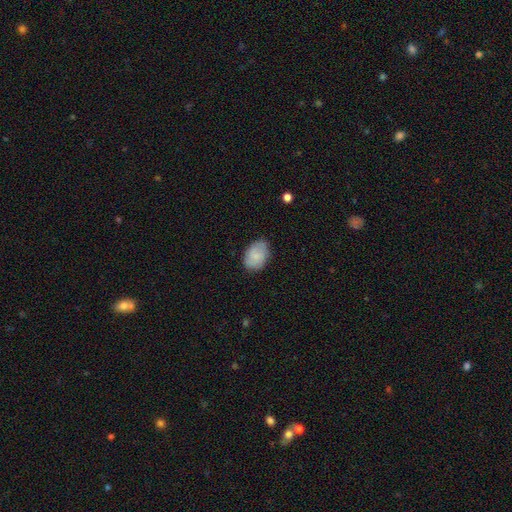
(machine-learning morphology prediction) type=smooth (73%); roundness=in between (82%); merging=none (76%).